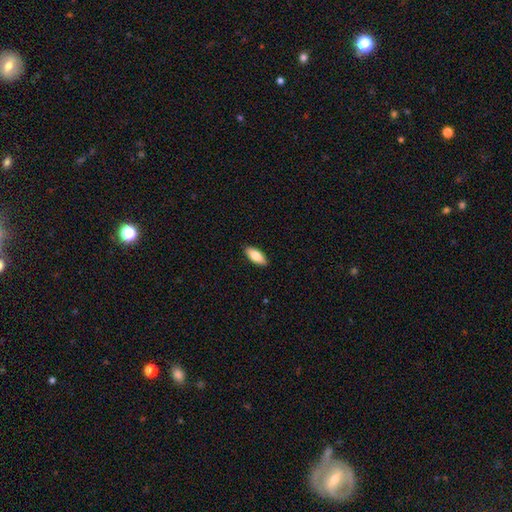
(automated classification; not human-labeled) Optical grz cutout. It shows a smooth galaxy with no disk features (79%) that is in between round and cigar-shaped (81%). Merging: none (90%).